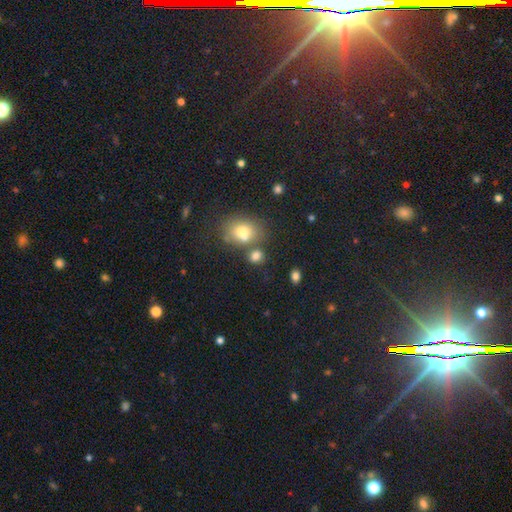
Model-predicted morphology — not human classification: smooth-or-featured: smooth: 76% | star or artifact: 15% | featured or disk: 9%
  how-rounded: round: 57% | in between: 41% | cigar-shaped: 1%
  merging: none: 59% | merger: 23% | minor disturbance: 13% | major disturbance: 5%